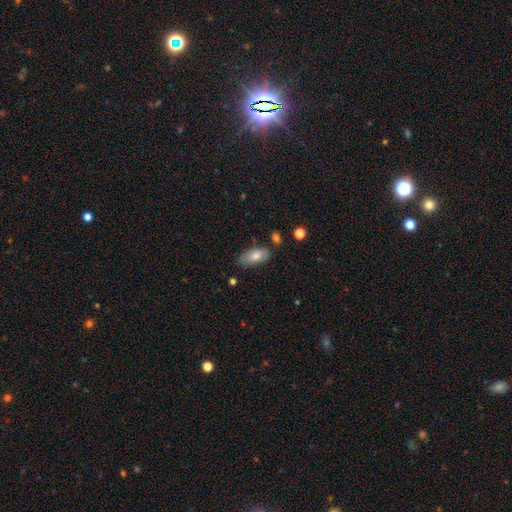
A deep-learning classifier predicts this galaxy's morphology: type=smooth (77%); roundness=in between (90%); merging=none (77%).